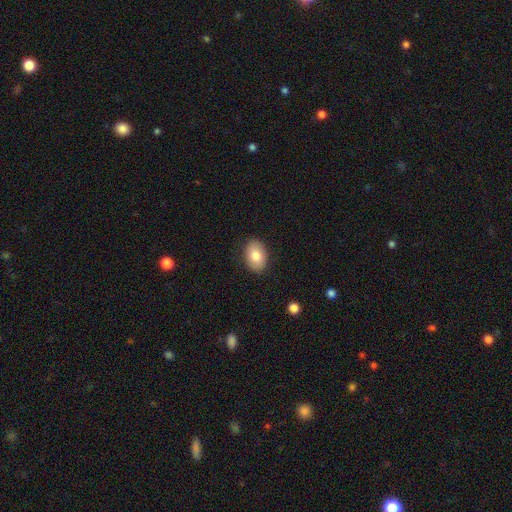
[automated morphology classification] Q: Smooth or featured?
A: smooth (82%); runner-up: featured or disk (11%)
Q: How rounded?
A: in between (86%); runner-up: round (13%)
Q: Merging?
A: none (88%); runner-up: minor disturbance (9%)